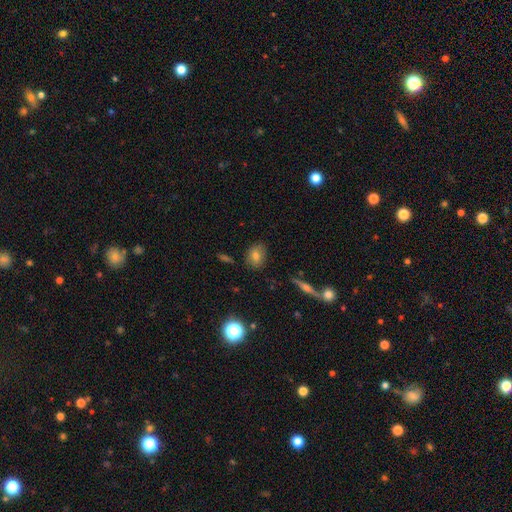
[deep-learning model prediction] Smooth or featured? Predicted: smooth (p=0.76). How rounded? Predicted: in between (p=0.56). Merging? Predicted: none (p=0.82).